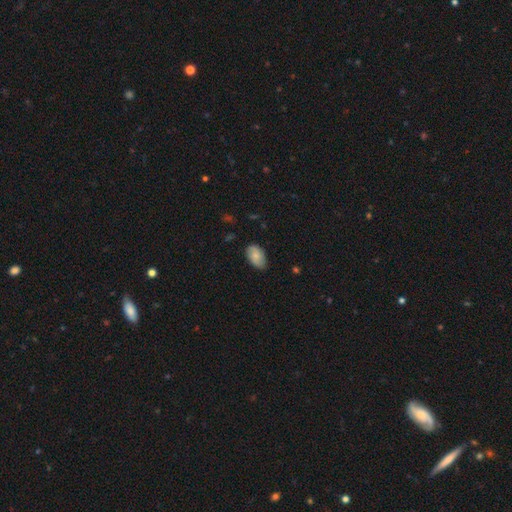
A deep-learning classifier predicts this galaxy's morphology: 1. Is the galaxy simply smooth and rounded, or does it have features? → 74% smooth, 20% featured or disk, 7% star or artifact.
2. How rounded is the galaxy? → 92% in between, 7% round, 1% cigar-shaped.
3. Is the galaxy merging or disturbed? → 79% none, 18% minor disturbance, 3% major disturbance, 1% merger.